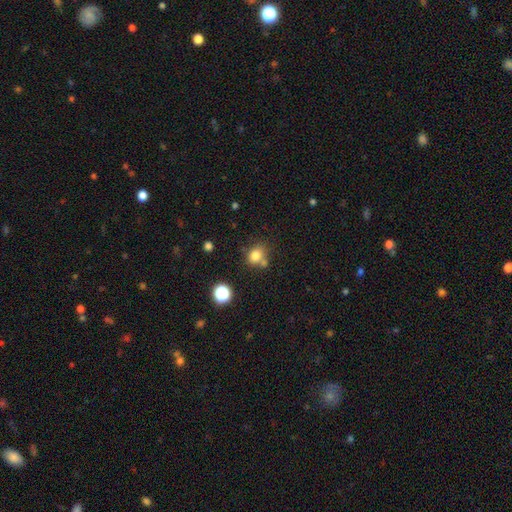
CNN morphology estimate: Smooth or featured? smooth (79%)
How rounded? round (63%)
Merging? none (59%)